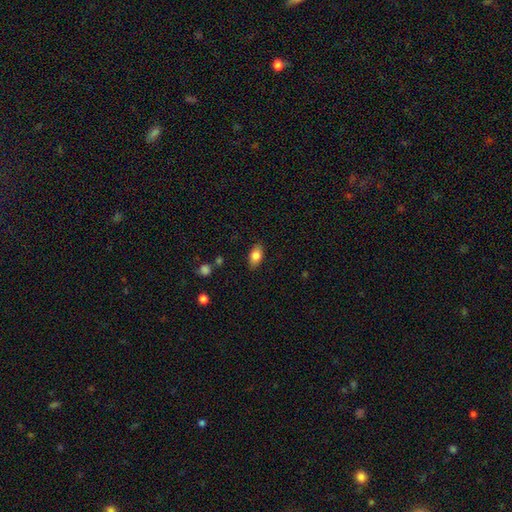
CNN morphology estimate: This appears to be a smooth galaxy with no disk features (82%) that is in between round and cigar-shaped (89%). Merging: none (86%).